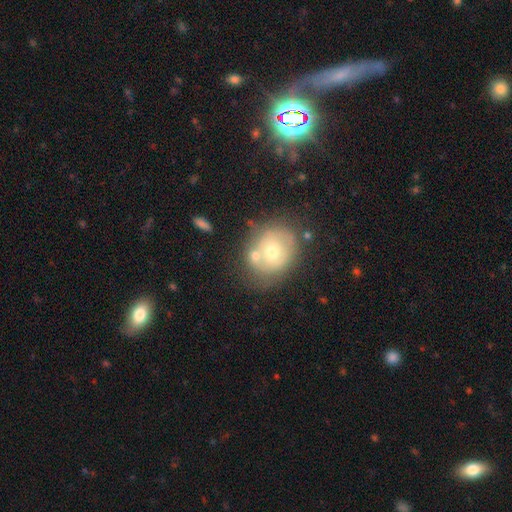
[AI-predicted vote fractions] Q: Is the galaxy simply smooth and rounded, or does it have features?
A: smooth — 50%.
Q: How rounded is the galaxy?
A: round — 70%.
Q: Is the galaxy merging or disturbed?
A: none — 48%.